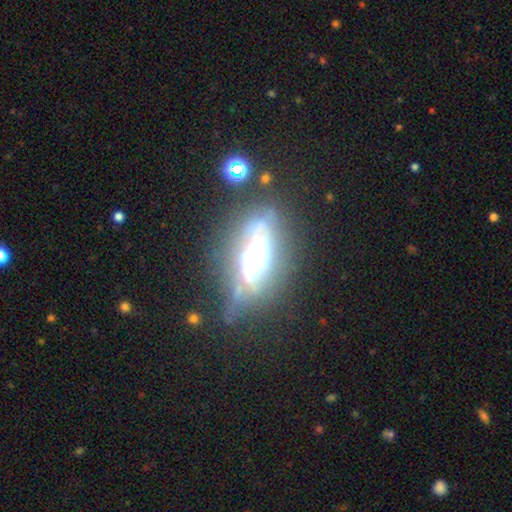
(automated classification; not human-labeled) smooth_or_featured: featured or disk (p=0.71) [alt: smooth p=0.19]
disk_edge_on: no (p=0.54) [alt: yes p=0.46]
merging: none (p=0.58) [alt: minor disturbance p=0.21]